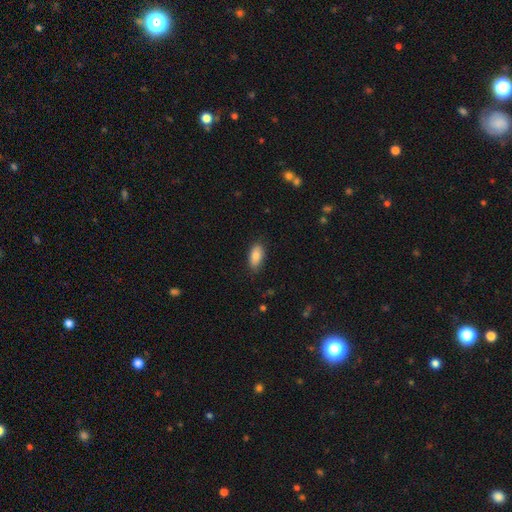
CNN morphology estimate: smooth 85%, featured or disk 8%, star or artifact 7%. Down the decision tree: how rounded — in between (90%); merging — none (85%).